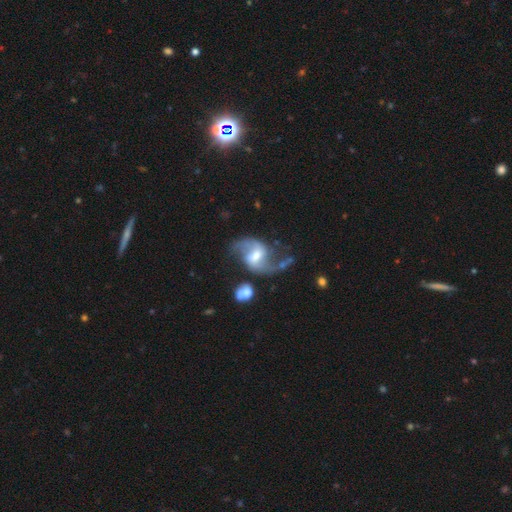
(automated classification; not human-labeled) The model was most divided on "bar": weak: 51%, strong: 29%, no: 20%. More confident: edge-on disk — no (97%); spiral arms — yes (96%); spiral arm count — 2 (93%); smooth or featured — featured or disk (88%); spiral winding — loose (65%); merging — none (62%); bulge size — moderate (57%).